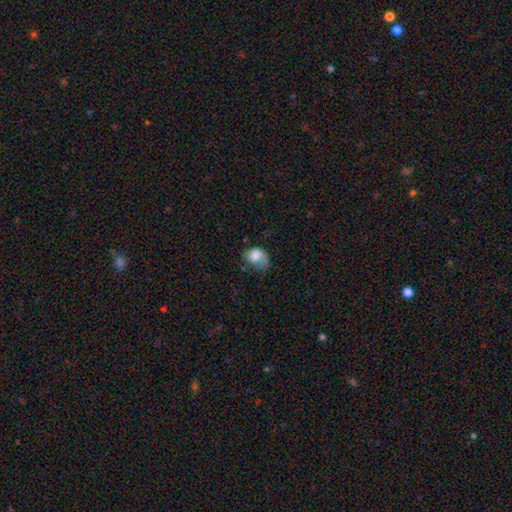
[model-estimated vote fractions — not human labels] A smooth galaxy with no disk features (59%) that is in between round and cigar-shaped (55%).

Vote fractions:
- Smooth or featured? smooth: 59% / featured or disk: 33% / star or artifact: 8%
- How rounded? in between: 55% / round: 44% / cigar-shaped: 1%
- Merging? none: 36% / minor disturbance: 31% / major disturbance: 30% / merger: 2%